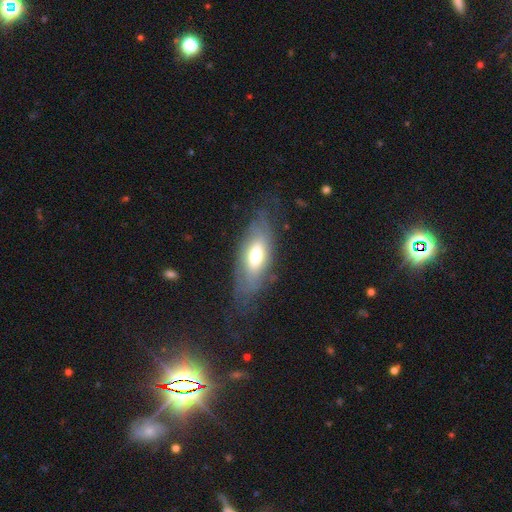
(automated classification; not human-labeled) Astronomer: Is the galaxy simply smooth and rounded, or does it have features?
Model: smooth — 49% (runner-up: featured or disk, 44%).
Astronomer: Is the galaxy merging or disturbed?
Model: none — 65%.